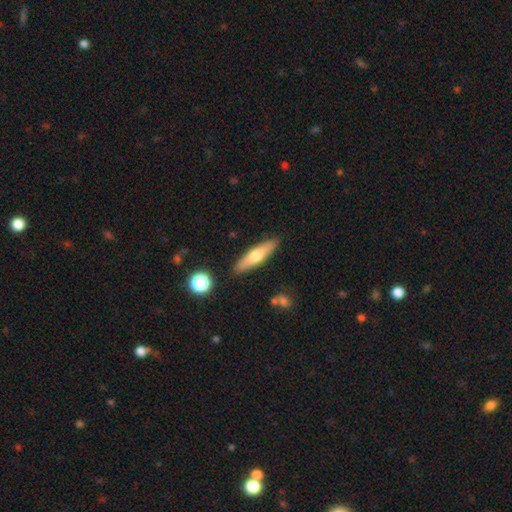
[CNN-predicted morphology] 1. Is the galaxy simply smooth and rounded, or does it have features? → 57% smooth, 37% featured or disk, 6% star or artifact.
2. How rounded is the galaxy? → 72% cigar-shaped, 26% in between, 2% round.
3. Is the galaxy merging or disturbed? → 89% none, 8% minor disturbance, 2% major disturbance, 2% merger.